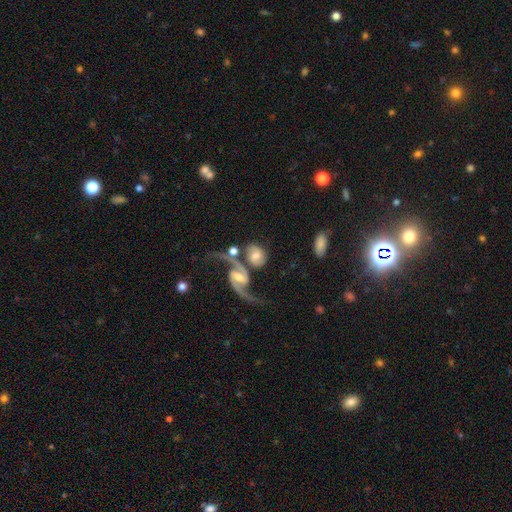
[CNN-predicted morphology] Smooth or featured: featured or disk — 65% (smooth — 28%)
Edge-on disk: no — 95% (yes — 5%)
Bar: weak — 45% (no — 30%)
Spiral arms: yes — 91% (no — 9%)
Spiral winding: loose — 68% (medium — 26%)
Spiral arm count: 2 — 89% (1 — 5%)
Bulge size: moderate — 50% (small — 33%)
Merging: none — 43% (merger — 34%)